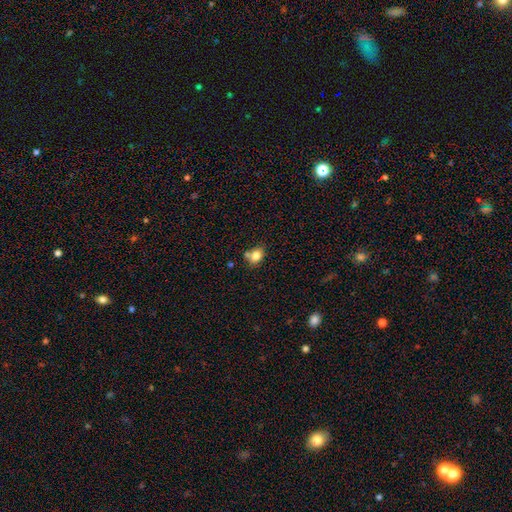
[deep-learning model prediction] Smooth or featured?
  - smooth: 80% *
  - star or artifact: 11%
  - featured or disk: 9%
How rounded?
  - in between: 52% *
  - round: 47%
  - cigar-shaped: 1%
Merging?
  - none: 57% *
  - merger: 20%
  - minor disturbance: 19%
  - major disturbance: 5%